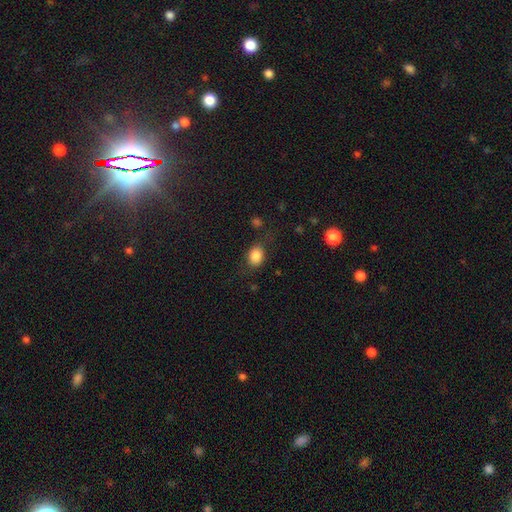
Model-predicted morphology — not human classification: Smooth or featured? smooth (85%)
How rounded? in between (62%)
Merging? none (71%)